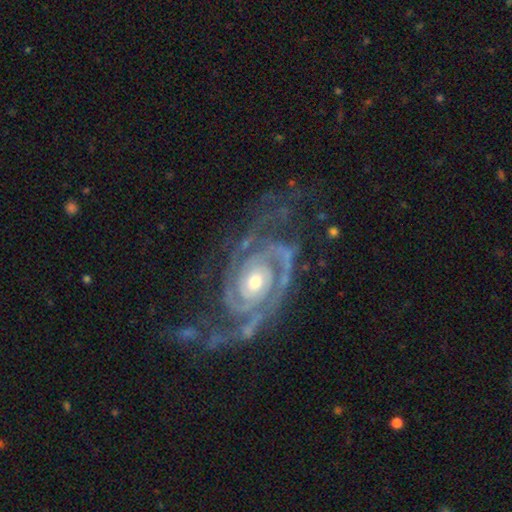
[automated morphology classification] smooth_or_featured: featured or disk (p=0.93) [alt: star or artifact p=0.04]
disk_edge_on: no (p=0.97) [alt: yes p=0.03]
bar: no (p=0.67) [alt: weak p=0.22]
has_spiral_arms: yes (p=0.98) [alt: no p=0.02]
spiral_winding: tight (p=0.63) [alt: medium p=0.31]
spiral_arm_count: 2 (p=0.62) [alt: 3 p=0.16]
bulge_size: moderate (p=0.56) [alt: small p=0.38]
merging: none (p=0.63) [alt: minor disturbance p=0.19]